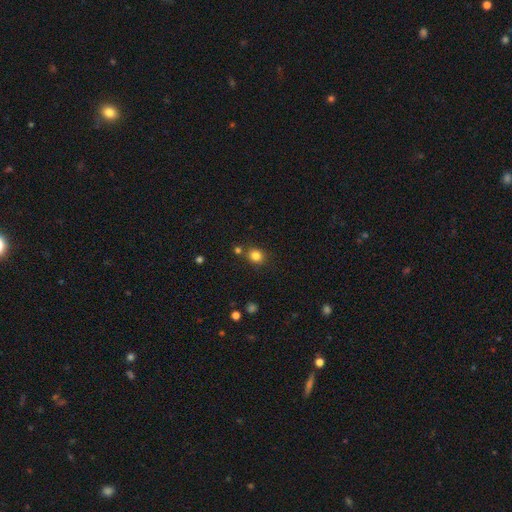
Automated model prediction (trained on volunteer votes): Smooth or featured: smooth — 82% (star or artifact — 13%)
How rounded: round — 74% (in between — 25%)
Merging: none — 77% (merger — 10%)